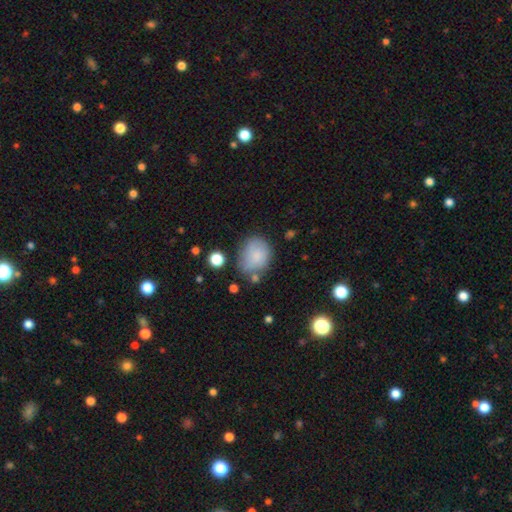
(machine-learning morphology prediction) type=smooth (79%); roundness=round (54%); merging=none (57%).